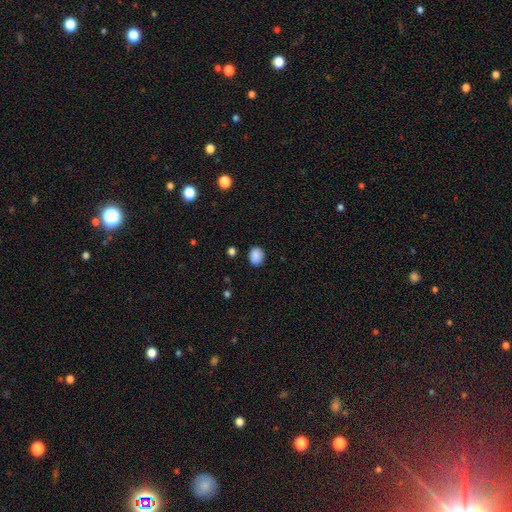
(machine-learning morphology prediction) The model was most divided on "how rounded": round: 52%, in between: 47%, cigar-shaped: 1%. More confident: smooth or featured — smooth (88%); merging — none (85%).